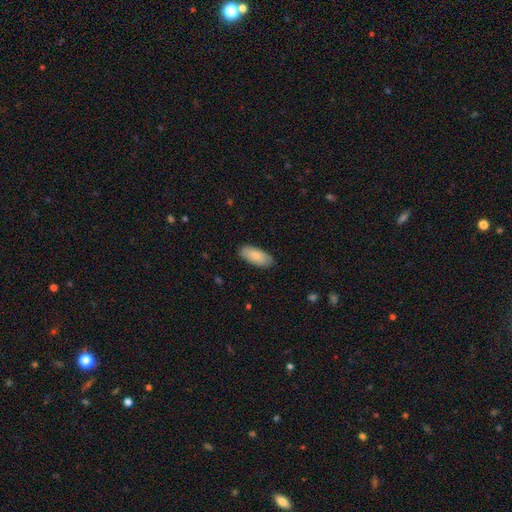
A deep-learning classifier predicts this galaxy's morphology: Q: Smooth or featured?
A: smooth (84%); runner-up: featured or disk (11%)
Q: How rounded?
A: in between (85%); runner-up: cigar-shaped (13%)
Q: Merging?
A: none (84%); runner-up: minor disturbance (13%)